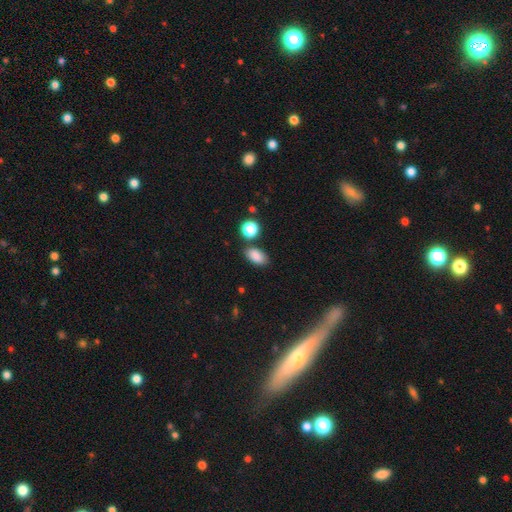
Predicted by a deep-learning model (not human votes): smooth-or-featured: smooth: 85% | star or artifact: 10% | featured or disk: 5%
  how-rounded: in between: 89% | round: 8% | cigar-shaped: 3%
  merging: none: 75% | minor disturbance: 14% | merger: 8% | major disturbance: 3%